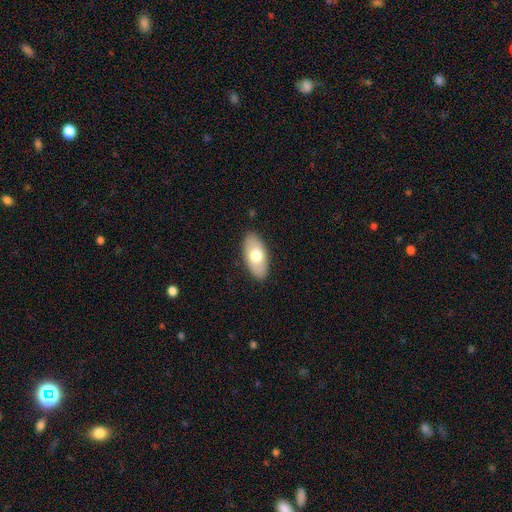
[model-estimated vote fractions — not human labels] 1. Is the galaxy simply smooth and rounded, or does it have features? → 69% smooth, 25% featured or disk, 6% star or artifact.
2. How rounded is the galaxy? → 92% in between, 5% cigar-shaped, 3% round.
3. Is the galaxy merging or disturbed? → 87% none, 10% minor disturbance, 2% major disturbance, 1% merger.